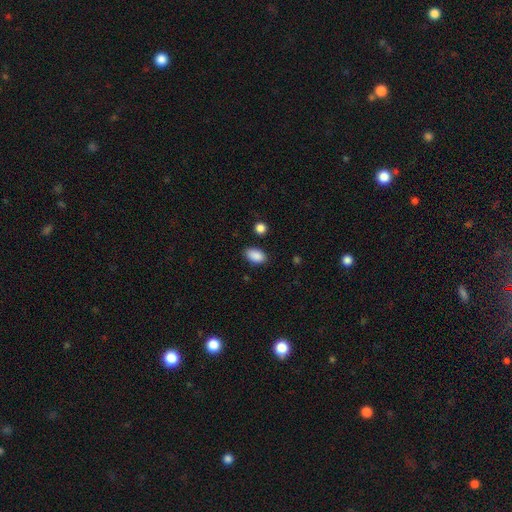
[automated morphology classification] A smooth galaxy with no disk features (89%) that is in between round and cigar-shaped (89%). Merging: none (82%).